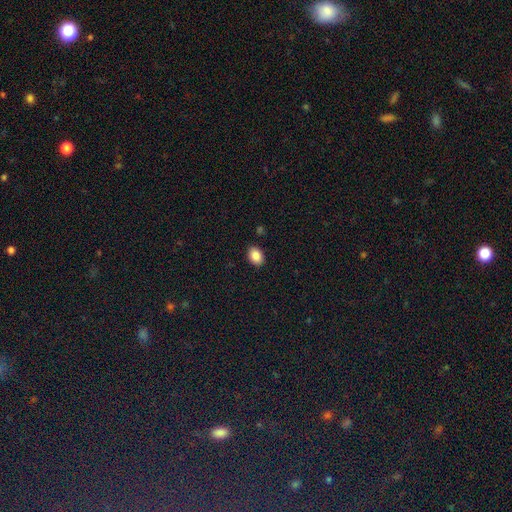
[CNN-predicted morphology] This appears to be a smooth galaxy with no disk features (87%) that is in between round and cigar-shaped (74%). Merging: none (89%).